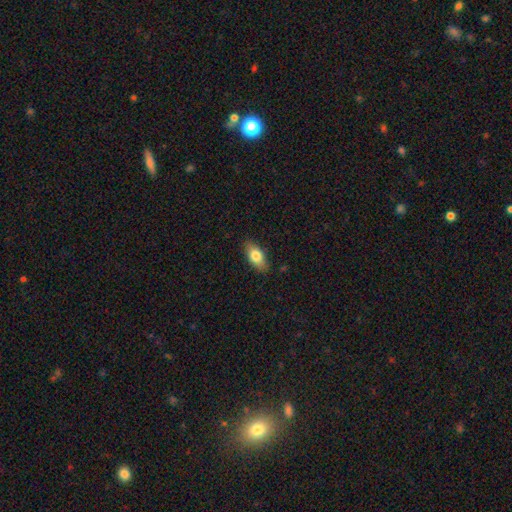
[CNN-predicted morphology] Overall: smooth (77%). How rounded: in between (87%). Merging: none (84%).